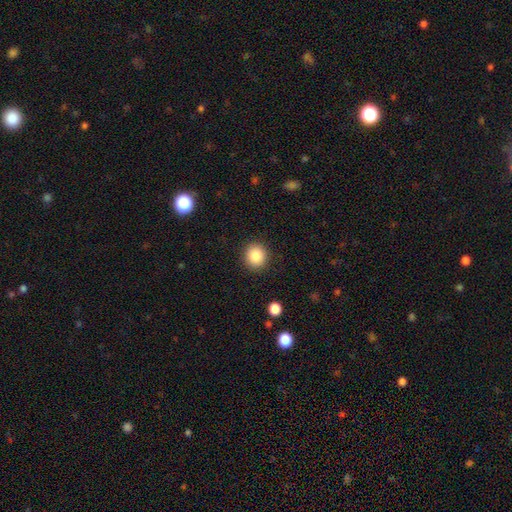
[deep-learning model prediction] smooth_or_featured: smooth (p=0.87) [alt: star or artifact p=0.09]
how_rounded: round (p=0.86) [alt: in between p=0.13]
merging: none (p=0.90) [alt: minor disturbance p=0.07]